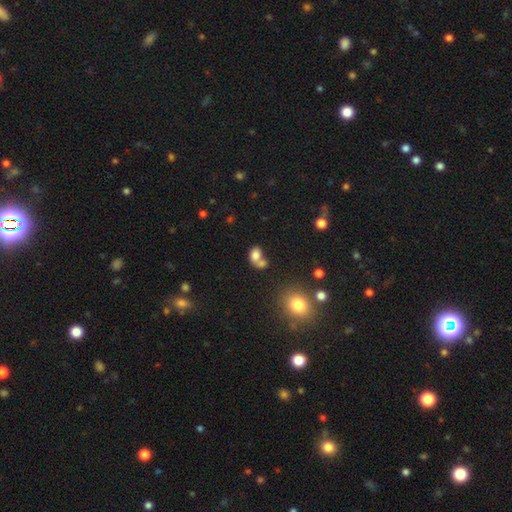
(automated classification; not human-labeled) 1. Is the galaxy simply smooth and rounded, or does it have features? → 77% smooth, 11% star or artifact, 11% featured or disk.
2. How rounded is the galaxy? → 67% in between, 31% round, 1% cigar-shaped.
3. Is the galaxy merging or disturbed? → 54% merger, 29% none, 10% minor disturbance, 7% major disturbance.